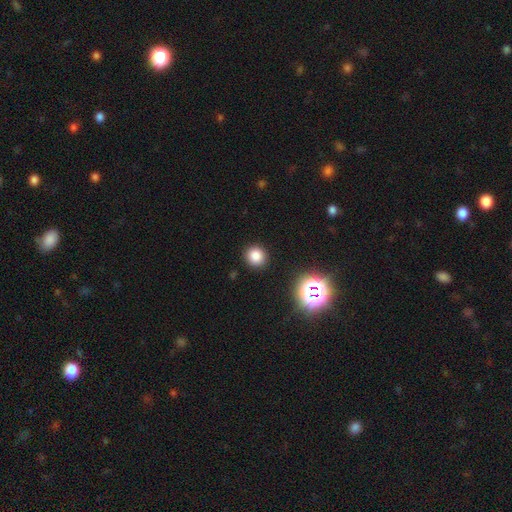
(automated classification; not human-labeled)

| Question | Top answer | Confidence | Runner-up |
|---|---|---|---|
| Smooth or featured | smooth | 80% | star or artifact (16%) |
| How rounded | round | 90% | in between (9%) |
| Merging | none | 91% | minor disturbance (6%) |